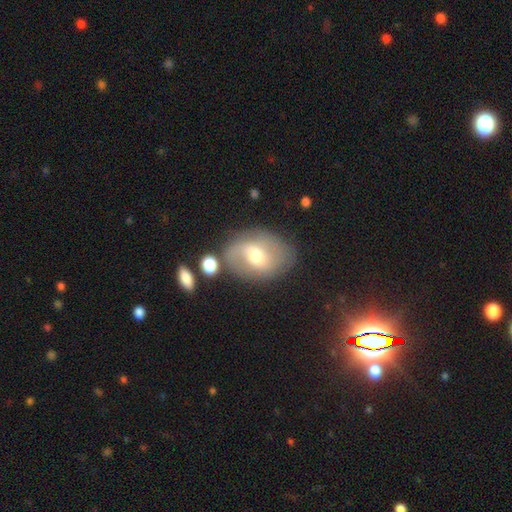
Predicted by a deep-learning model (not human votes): This is possibly a featured or disk galaxy (53%). It is clearly not viewed edge-on (95%). Merging: likely none (67%).